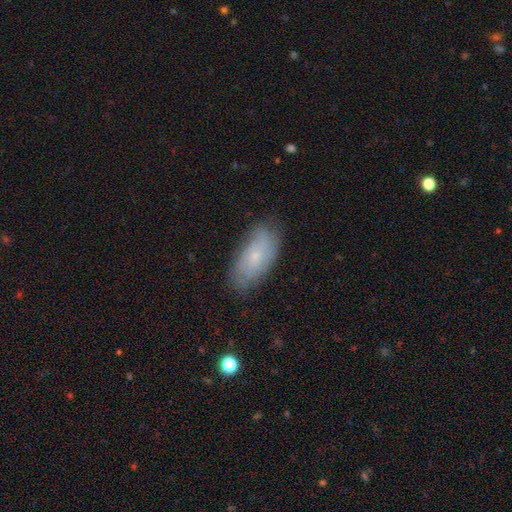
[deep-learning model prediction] A smooth galaxy with no disk features (53%) that is in between round and cigar-shaped (88%). Merging: none (74%).